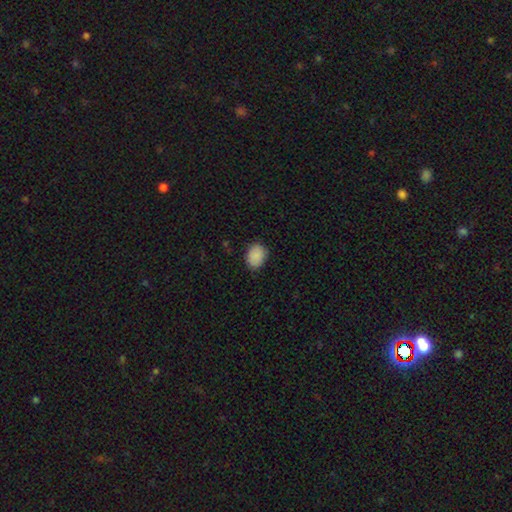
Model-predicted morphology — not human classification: This appears to be a smooth galaxy with no disk features (89%) that is in between round and cigar-shaped (64%). Merging: none (83%).